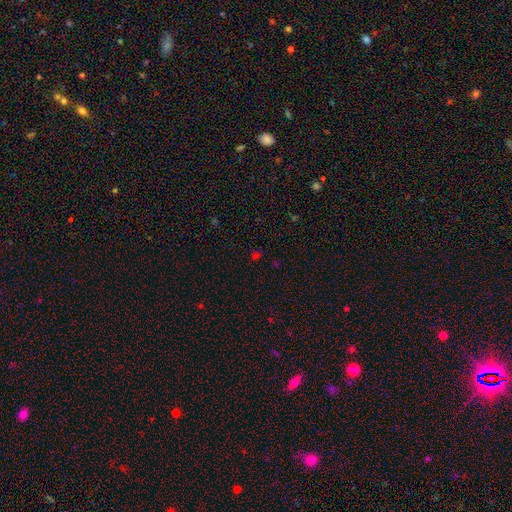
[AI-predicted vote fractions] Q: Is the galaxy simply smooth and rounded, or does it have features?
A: star or artifact — 53%.